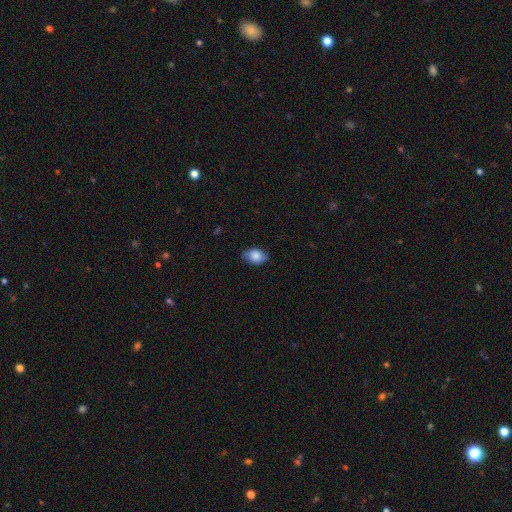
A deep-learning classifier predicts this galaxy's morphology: smooth_or_featured: smooth (p=0.84) [alt: featured or disk p=0.08]
how_rounded: in between (p=0.79) [alt: round p=0.19]
merging: none (p=0.78) [alt: minor disturbance p=0.18]